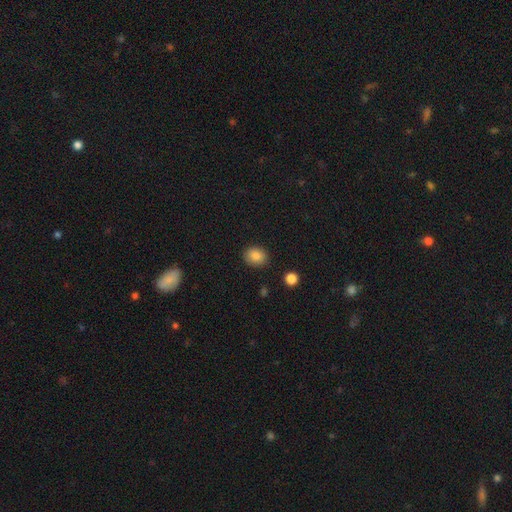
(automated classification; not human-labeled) smooth-or-featured: smooth: 85% | star or artifact: 9% | featured or disk: 6%
  how-rounded: round: 55% | in between: 44% | cigar-shaped: 1%
  merging: none: 86% | minor disturbance: 10% | major disturbance: 2% | merger: 2%